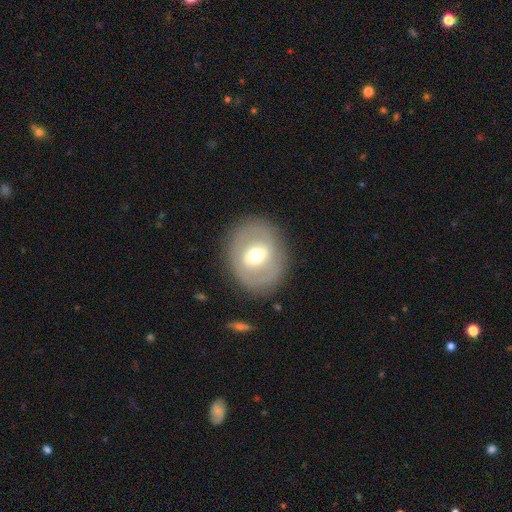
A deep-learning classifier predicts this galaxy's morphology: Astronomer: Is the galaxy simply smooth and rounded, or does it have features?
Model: featured or disk — 53% (runner-up: smooth, 40%).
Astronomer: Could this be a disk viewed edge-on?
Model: no — 94%.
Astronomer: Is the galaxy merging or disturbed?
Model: none — 83%.